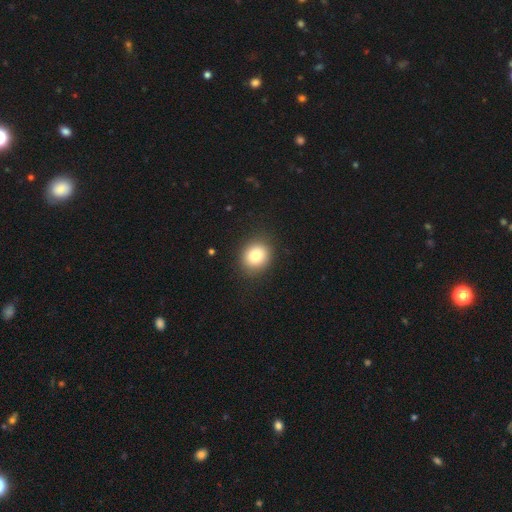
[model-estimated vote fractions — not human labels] This appears to be a smooth galaxy with no disk features (83%) that is round (74%). Merging: none (88%).